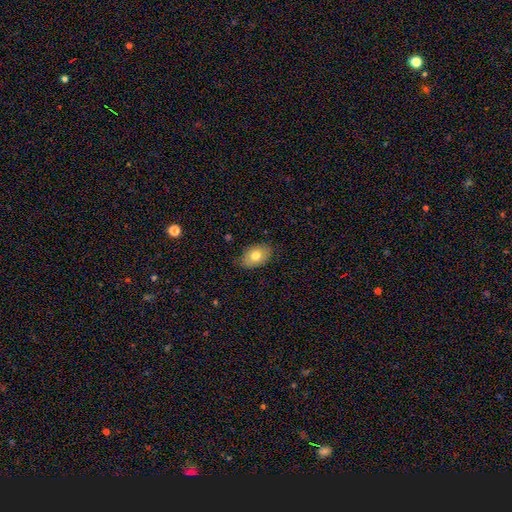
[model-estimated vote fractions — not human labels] This appears to be a smooth galaxy with no disk features (75%) that is in between round and cigar-shaped (86%). Merging: none (79%).